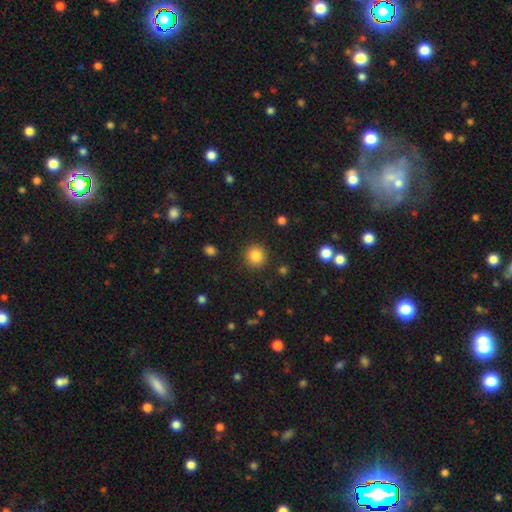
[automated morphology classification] smooth 85%, star or artifact 11%, featured or disk 5%. Down the decision tree: how rounded — round (92%); merging — none (90%).